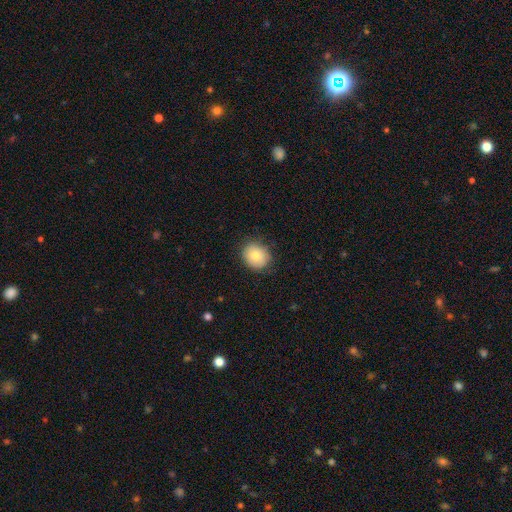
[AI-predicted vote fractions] This is likely a smooth galaxy (79%). How rounded: likely round (70%). Merging: clearly none (84%).